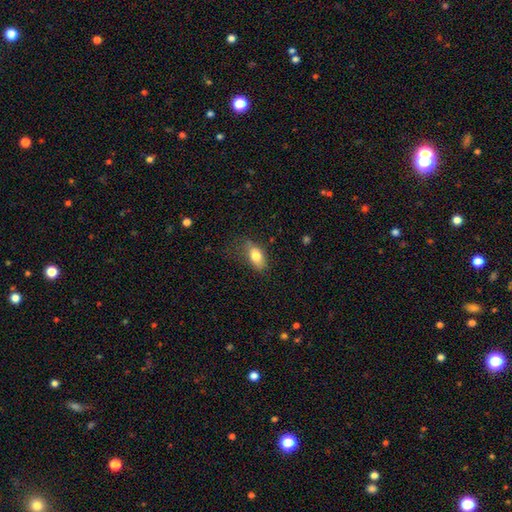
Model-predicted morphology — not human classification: Smooth or featured? smooth (79%)
How rounded? in between (87%)
Merging? none (59%)